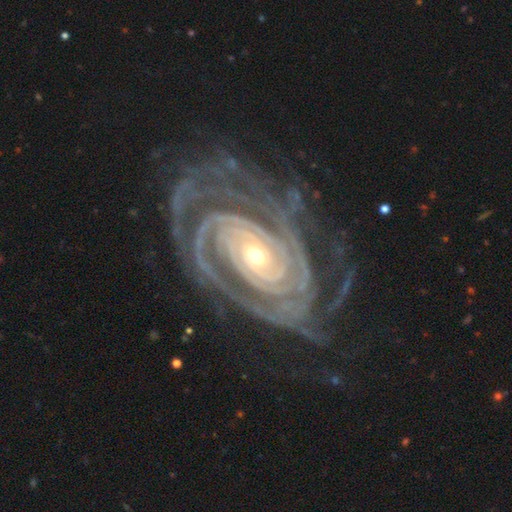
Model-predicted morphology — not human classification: This appears to be a featured or disk galaxy (92%) with no bar (65%), 2 (21%) tight (83%) spiral arms (98%) and a small central bulge (60%). Merging: none (67%).